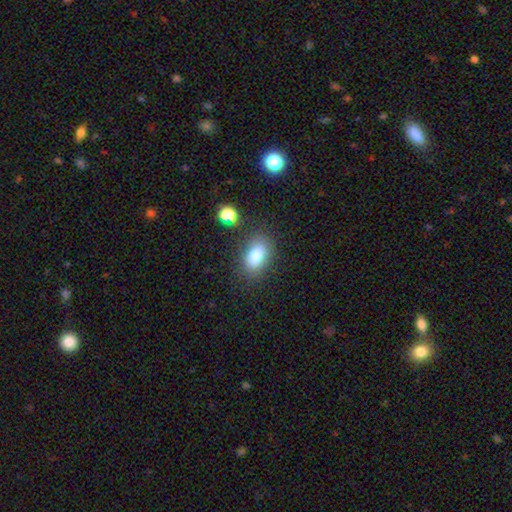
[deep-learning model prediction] Smooth or featured? smooth (82%)
How rounded? in between (88%)
Merging? none (80%)